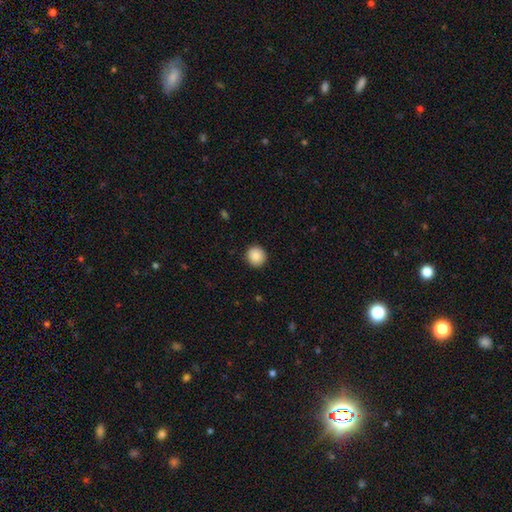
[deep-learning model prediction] Smooth or featured?
  - smooth: 87% *
  - star or artifact: 8%
  - featured or disk: 5%
How rounded?
  - round: 89% *
  - in between: 10%
  - cigar-shaped: 1%
Merging?
  - none: 91% *
  - minor disturbance: 6%
  - major disturbance: 2%
  - merger: 1%